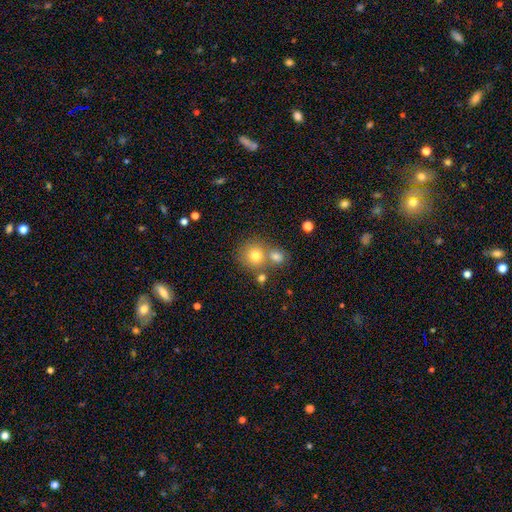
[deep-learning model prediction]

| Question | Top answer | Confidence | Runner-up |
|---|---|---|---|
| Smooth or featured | smooth | 76% | star or artifact (13%) |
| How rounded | round | 87% | in between (12%) |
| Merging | none | 56% | merger (31%) |